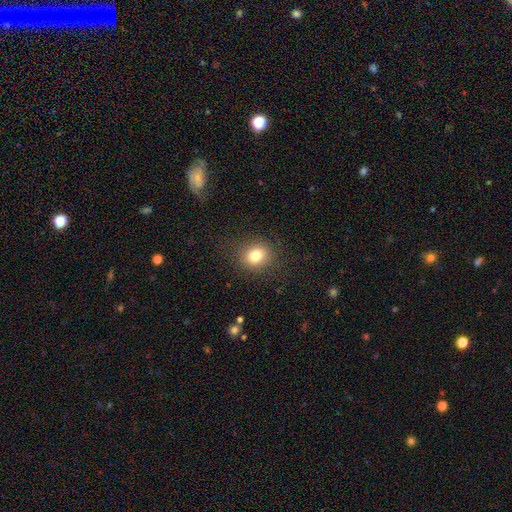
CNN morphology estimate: smooth 80%, star or artifact 12%, featured or disk 8%. Down the decision tree: how rounded — round (75%); merging — none (86%).